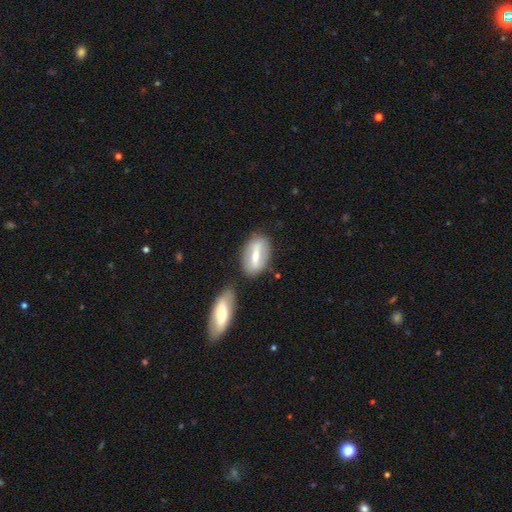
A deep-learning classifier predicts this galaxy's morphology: Smooth or featured? featured or disk (49%)
Merging? none (68%)